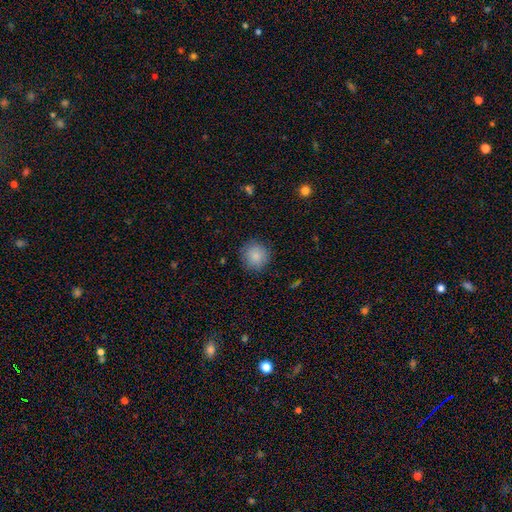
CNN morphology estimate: Smooth or featured?
  - smooth: 86% *
  - star or artifact: 8%
  - featured or disk: 6%
How rounded?
  - round: 94% *
  - in between: 5%
  - cigar-shaped: 1%
Merging?
  - none: 87% *
  - minor disturbance: 9%
  - major disturbance: 3%
  - merger: 1%